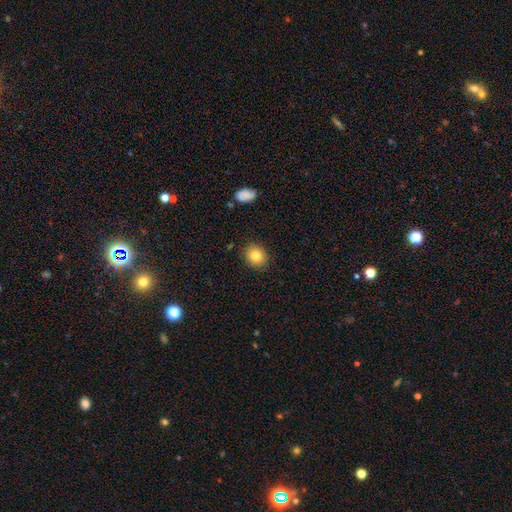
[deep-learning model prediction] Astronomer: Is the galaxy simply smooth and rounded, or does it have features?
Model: smooth — 83%.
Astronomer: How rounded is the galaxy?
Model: round — 64%.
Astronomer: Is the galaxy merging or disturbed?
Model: none — 88%.